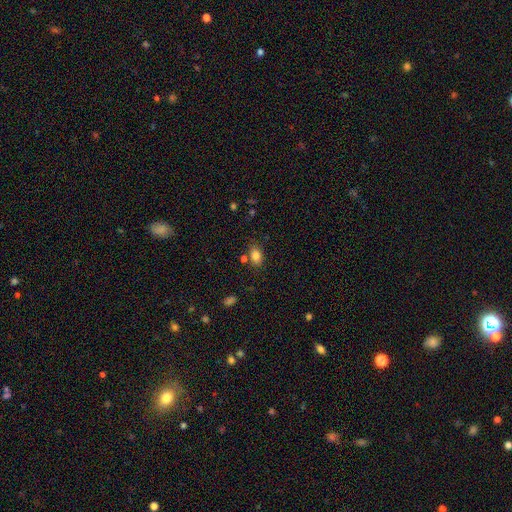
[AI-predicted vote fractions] Morphology: type=smooth (83%); roundness=in between (78%); merging=none (74%).